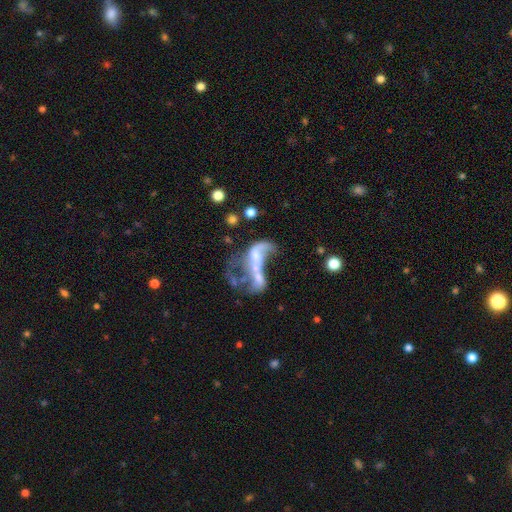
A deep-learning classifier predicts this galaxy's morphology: A featured or disk galaxy (66%) with no bar (68%), no spiral arms (58%) and a moderate central bulge (32%). Merging: merger (55%).